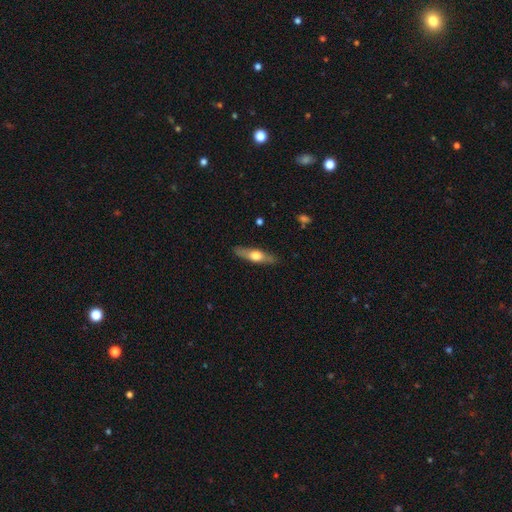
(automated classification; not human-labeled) smooth-or-featured: featured or disk: 50% | smooth: 45% | star or artifact: 6%
  merging: none: 86% | minor disturbance: 10% | major disturbance: 2% | merger: 1%